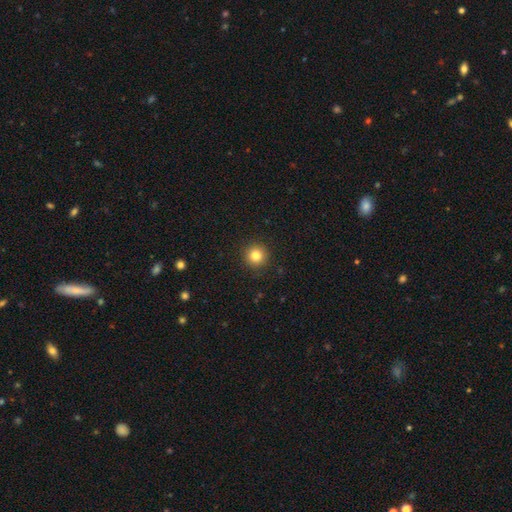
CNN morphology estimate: smooth_or_featured: smooth (p=0.83) [alt: star or artifact p=0.11]
how_rounded: round (p=0.95) [alt: in between p=0.04]
merging: none (p=0.92) [alt: minor disturbance p=0.05]